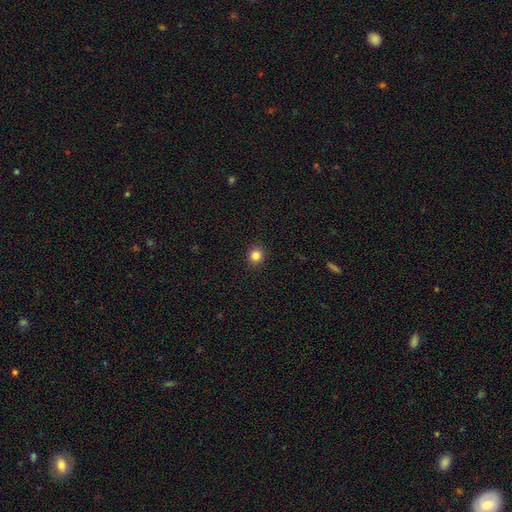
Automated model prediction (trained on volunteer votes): Overall: smooth (85%). How rounded: round (89%). Merging: none (91%).